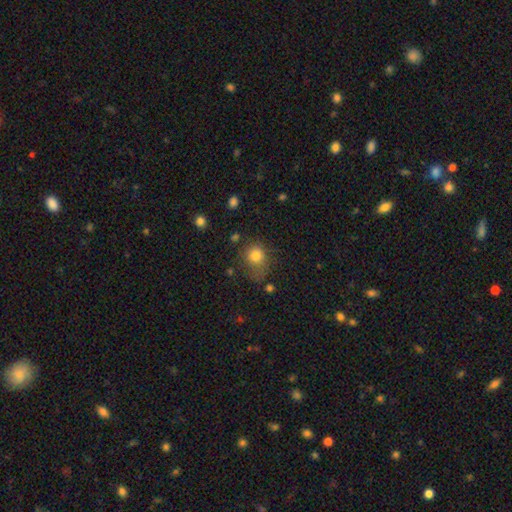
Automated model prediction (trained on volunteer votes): This appears to be a smooth galaxy with no disk features (79%) that is round (75%). Merging: none (56%).